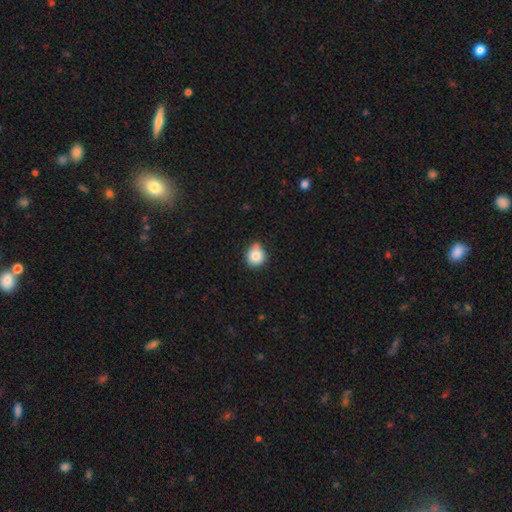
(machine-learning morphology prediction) A smooth galaxy with no disk features (84%) that is round (82%). Merging: none (65%).